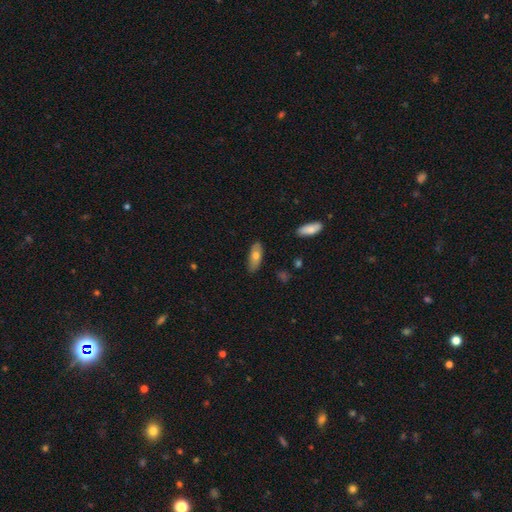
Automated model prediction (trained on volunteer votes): A smooth galaxy with no disk features (68%) that is in between round and cigar-shaped (76%).

Vote fractions:
- Smooth or featured? smooth: 68% / featured or disk: 25% / star or artifact: 7%
- How rounded? in between: 76% / cigar-shaped: 21% / round: 3%
- Merging? none: 81% / minor disturbance: 15% / major disturbance: 2% / merger: 2%